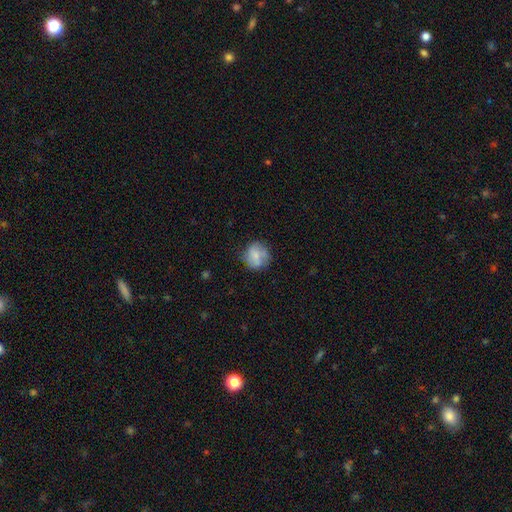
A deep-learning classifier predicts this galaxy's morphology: smooth 63%, featured or disk 28%, star or artifact 8%. Down the decision tree: how rounded — round (82%); merging — none (65%).